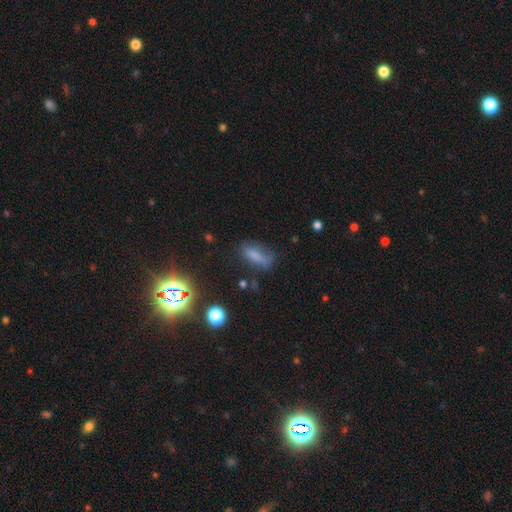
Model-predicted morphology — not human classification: A smooth galaxy with no disk features (68%) that is in between round and cigar-shaped (67%). Merging: none (53%).